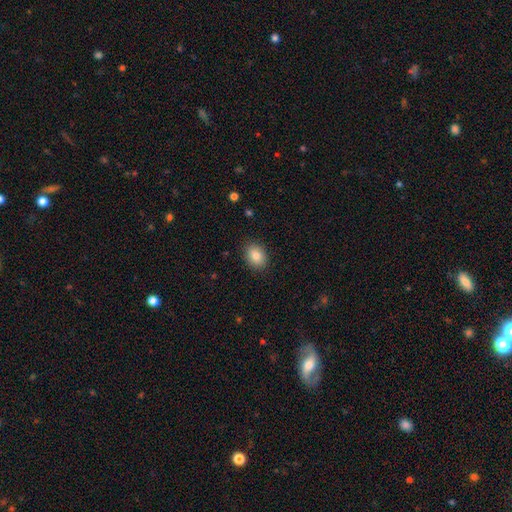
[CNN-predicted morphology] Overall: smooth (84%). How rounded: in between (61%; round 38%). Merging: none (88%).